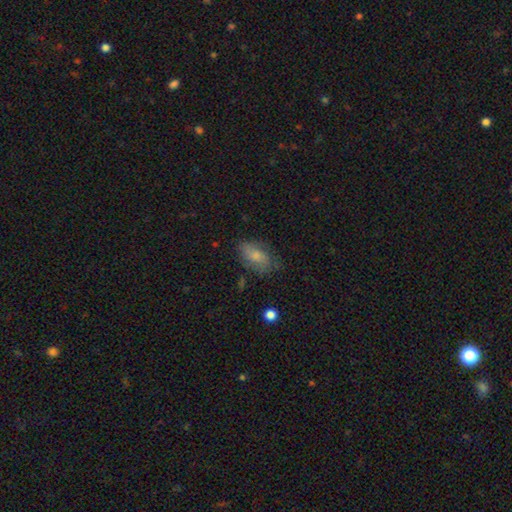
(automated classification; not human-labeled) This is likely a smooth galaxy (66%). How rounded: clearly in between (89%). Merging: likely none (66%).